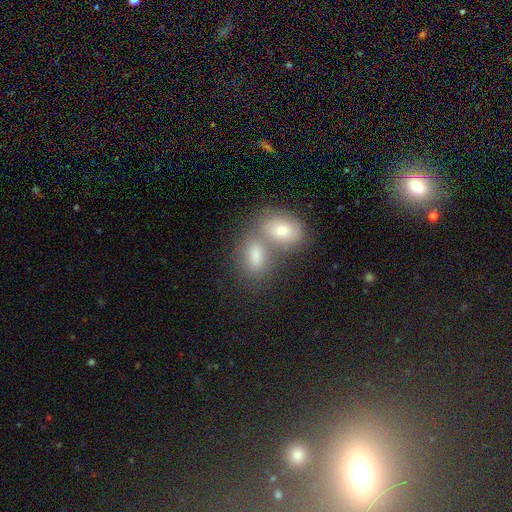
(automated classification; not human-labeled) A smooth galaxy with no disk features (79%) that is in between round and cigar-shaped (81%).

Vote fractions:
- Smooth or featured? smooth: 79% / featured or disk: 12% / star or artifact: 9%
- How rounded? in between: 81% / round: 16% / cigar-shaped: 3%
- Merging? merger: 54% / none: 33% / minor disturbance: 9% / major disturbance: 4%